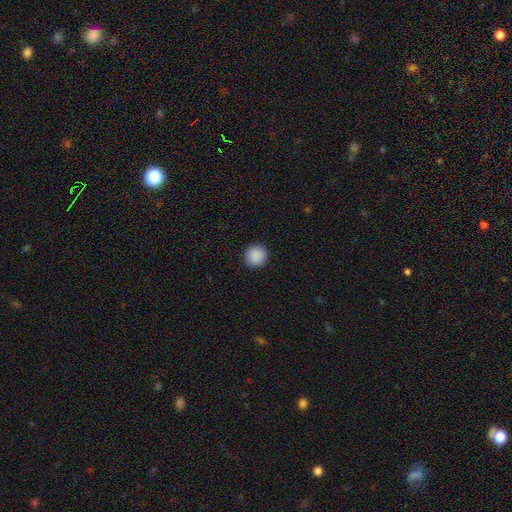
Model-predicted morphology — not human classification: Smooth or featured? Predicted: smooth (p=0.90). How rounded? Predicted: round (p=0.94). Merging? Predicted: none (p=0.93).